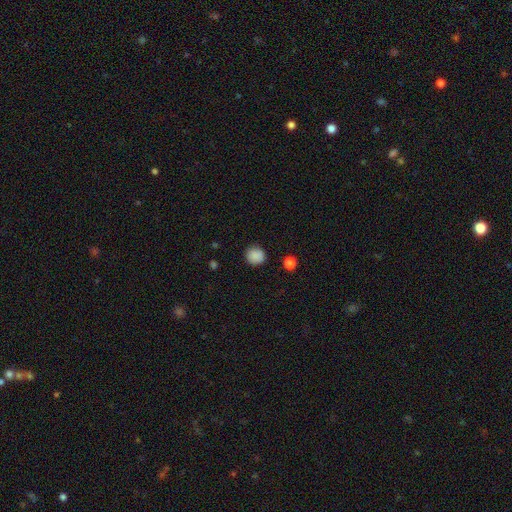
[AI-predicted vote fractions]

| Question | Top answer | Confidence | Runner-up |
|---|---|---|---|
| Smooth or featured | smooth | 86% | star or artifact (10%) |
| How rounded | round | 91% | in between (8%) |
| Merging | none | 85% | minor disturbance (11%) |